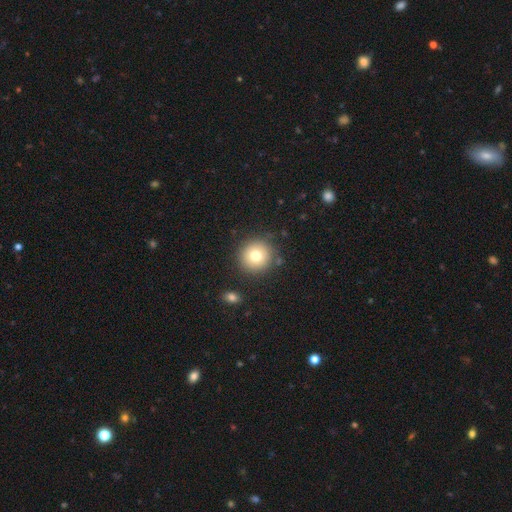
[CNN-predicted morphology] Smooth or featured: smooth — 76% (featured or disk — 13%)
How rounded: round — 94% (in between — 5%)
Merging: none — 87% (minor disturbance — 8%)